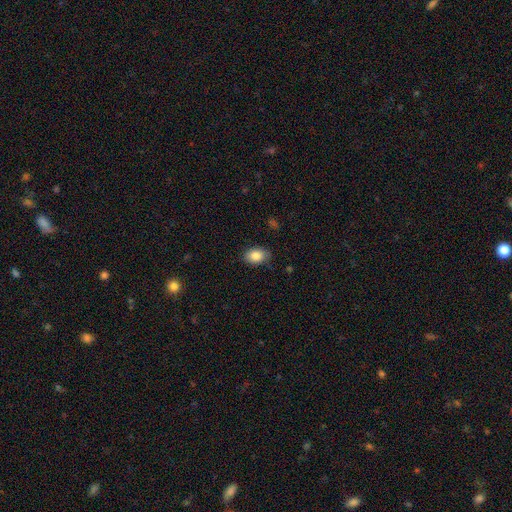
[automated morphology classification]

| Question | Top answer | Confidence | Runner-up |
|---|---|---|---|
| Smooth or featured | smooth | 85% | star or artifact (8%) |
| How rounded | in between | 78% | round (21%) |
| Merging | none | 80% | minor disturbance (15%) |